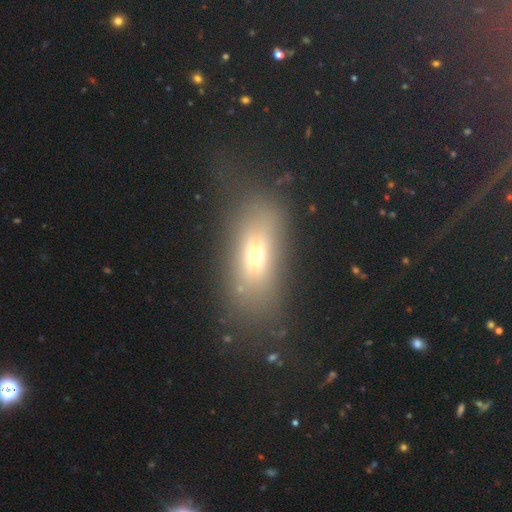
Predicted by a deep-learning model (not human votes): A smooth galaxy with no disk features (57%) that is in between round and cigar-shaped (70%).

Vote fractions:
- Smooth or featured? smooth: 57% / featured or disk: 24% / star or artifact: 18%
- How rounded? in between: 70% / cigar-shaped: 18% / round: 12%
- Merging? none: 59% / minor disturbance: 19% / major disturbance: 18% / merger: 4%